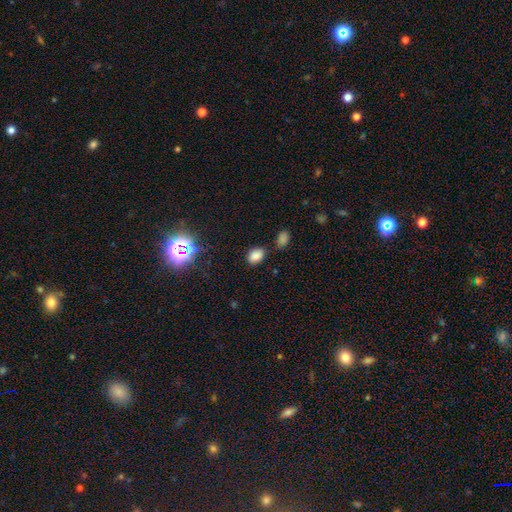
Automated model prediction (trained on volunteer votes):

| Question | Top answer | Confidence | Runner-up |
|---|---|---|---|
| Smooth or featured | smooth | 77% | star or artifact (17%) |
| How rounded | in between | 79% | round (19%) |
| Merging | none | 70% | minor disturbance (17%) |